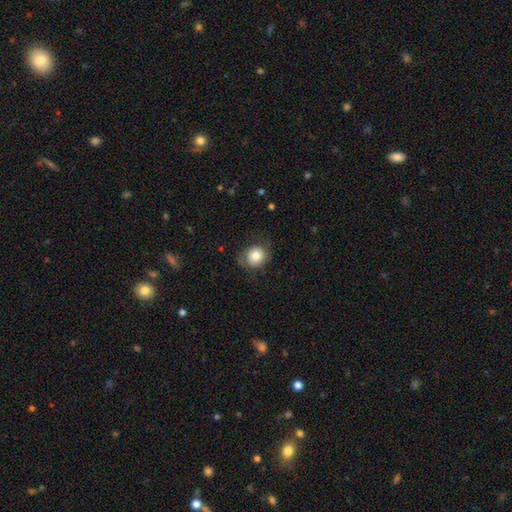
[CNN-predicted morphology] Smooth or featured: smooth — 80% (featured or disk — 11%)
How rounded: round — 74% (in between — 26%)
Merging: none — 72% (minor disturbance — 20%)